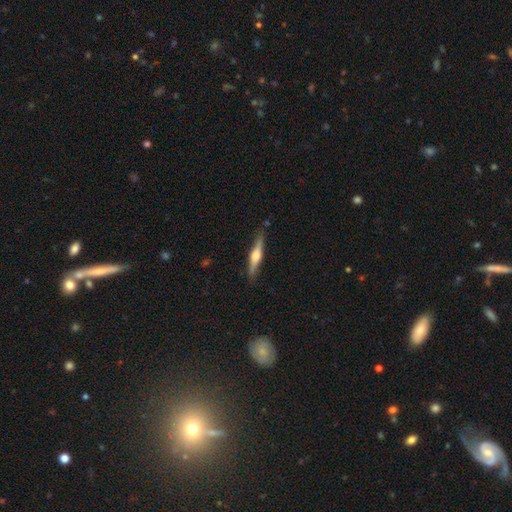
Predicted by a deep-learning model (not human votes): Smooth or featured? featured or disk (64%)
Edge-on disk? yes (97%)
Edge-on bulge? rounded (88%)
Merging? none (86%)